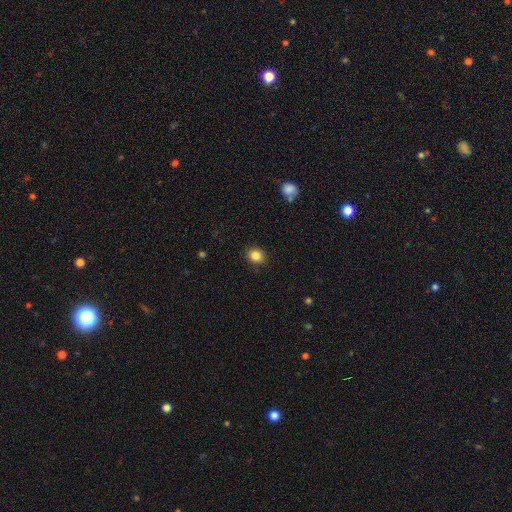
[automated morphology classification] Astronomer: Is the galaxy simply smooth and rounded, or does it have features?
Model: smooth — 85%.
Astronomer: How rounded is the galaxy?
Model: round — 71%.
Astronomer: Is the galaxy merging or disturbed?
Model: none — 89%.